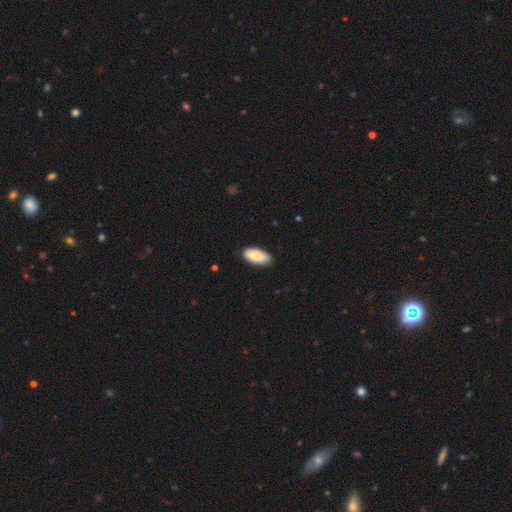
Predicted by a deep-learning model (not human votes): A smooth galaxy with no disk features (83%) that is in between round and cigar-shaped (94%). Merging: none (81%).